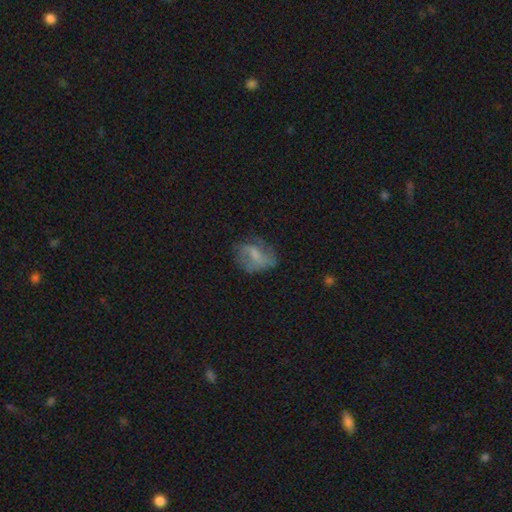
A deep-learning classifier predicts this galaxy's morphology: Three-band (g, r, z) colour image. It shows a featured or disk galaxy (46%). Merging: none (52%).